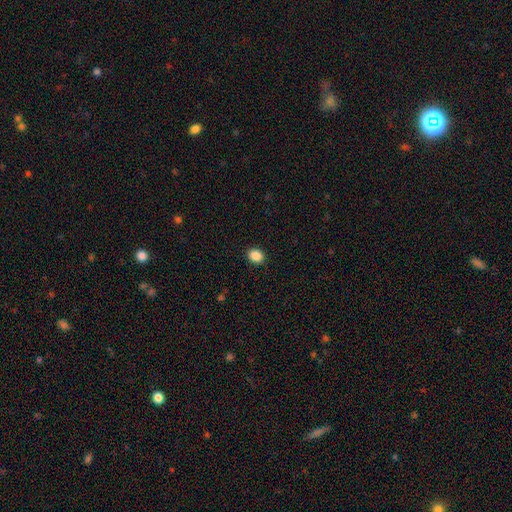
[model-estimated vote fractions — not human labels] Smooth or featured? Predicted: smooth (p=0.88). How rounded? Predicted: in between (p=0.50). Merging? Predicted: none (p=0.90).